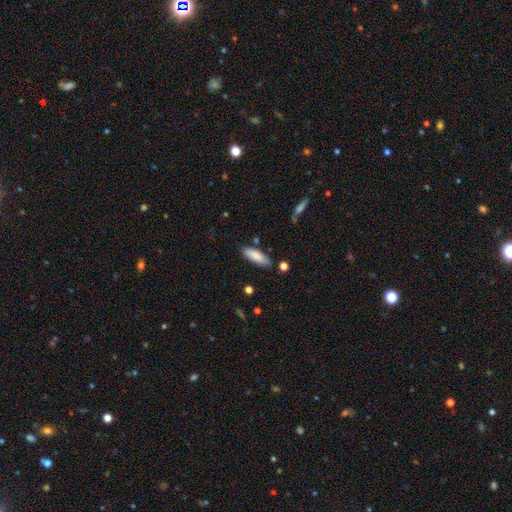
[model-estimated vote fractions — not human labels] A smooth galaxy with no disk features (84%) that is in between round and cigar-shaped (59%). Merging: none (80%).